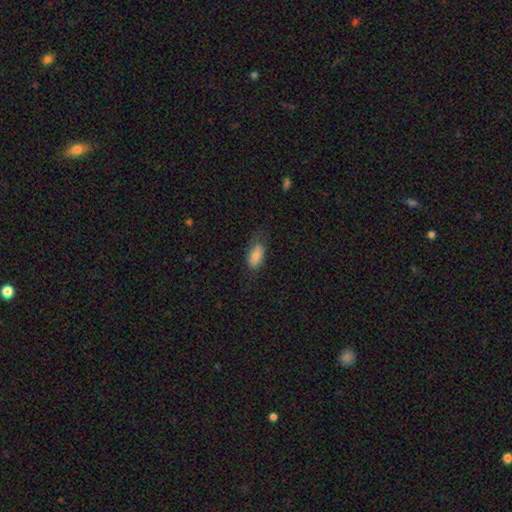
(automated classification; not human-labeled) smooth-or-featured: smooth: 77% | featured or disk: 16% | star or artifact: 8%
  how-rounded: in between: 90% | cigar-shaped: 7% | round: 3%
  merging: none: 66% | minor disturbance: 24% | major disturbance: 9% | merger: 1%